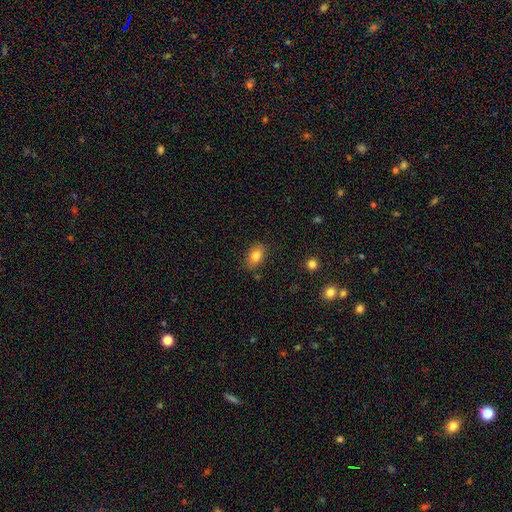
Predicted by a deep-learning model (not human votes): Smooth or featured?
  - smooth: 80% *
  - featured or disk: 11%
  - star or artifact: 9%
How rounded?
  - in between: 86% *
  - round: 11%
  - cigar-shaped: 2%
Merging?
  - none: 82% *
  - minor disturbance: 14%
  - major disturbance: 3%
  - merger: 2%